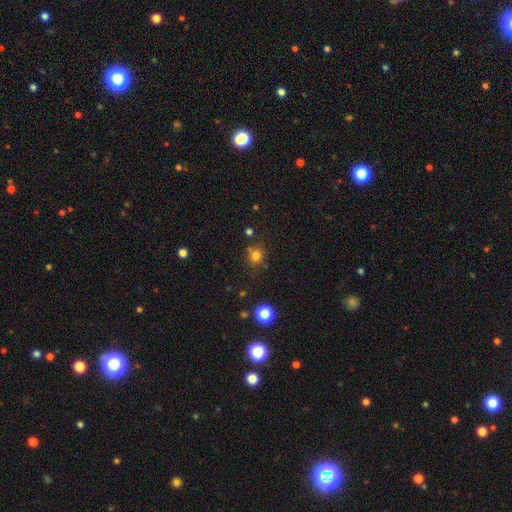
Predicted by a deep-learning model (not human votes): Smooth or featured? smooth (78%)
How rounded? round (84%)
Merging? none (76%)